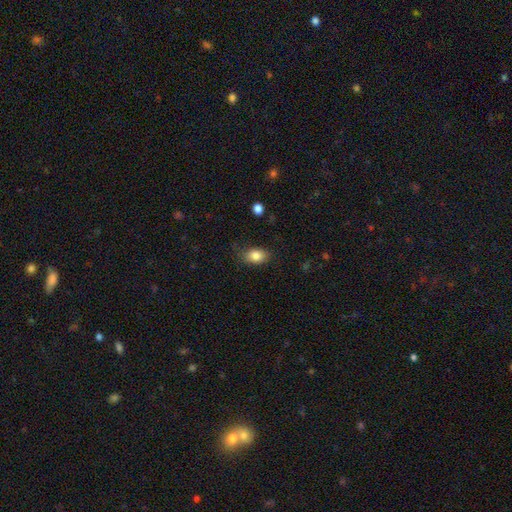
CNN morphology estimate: The model was most divided on "merging": none: 78%, minor disturbance: 17%, major disturbance: 4%, merger: 1%. More confident: smooth or featured — smooth (84%); how rounded — in between (82%).